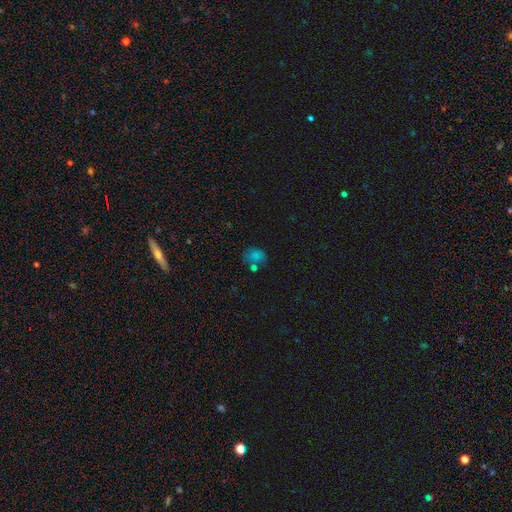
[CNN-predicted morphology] A smooth galaxy with no disk features (59%) that is round (53%). Merging: none (64%).